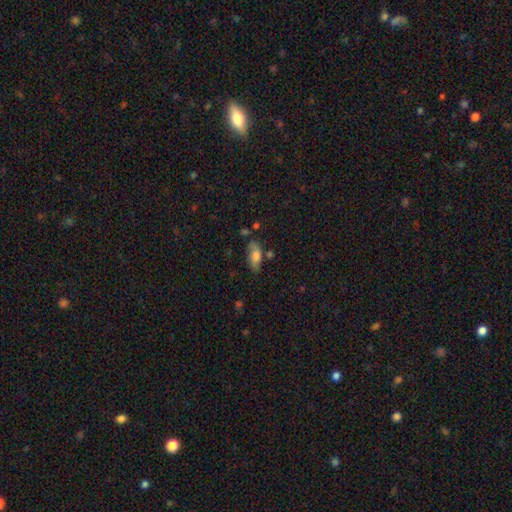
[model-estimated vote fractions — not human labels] Q: Smooth or featured?
A: smooth (70%); runner-up: featured or disk (21%)
Q: How rounded?
A: in between (85%); runner-up: cigar-shaped (12%)
Q: Merging?
A: none (63%); runner-up: minor disturbance (24%)